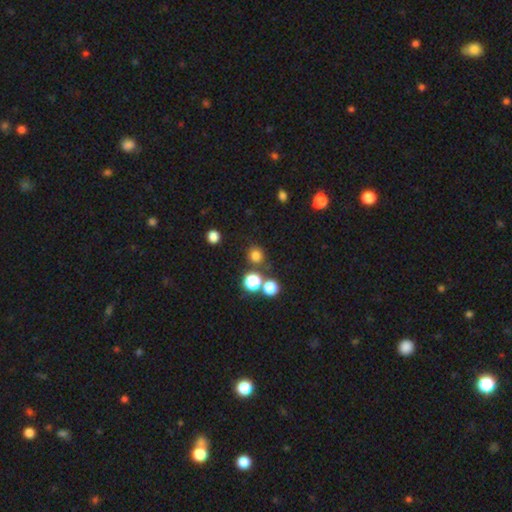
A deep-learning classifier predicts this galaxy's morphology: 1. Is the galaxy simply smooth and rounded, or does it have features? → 76% smooth, 19% star or artifact, 5% featured or disk.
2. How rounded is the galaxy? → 91% round, 8% in between, 1% cigar-shaped.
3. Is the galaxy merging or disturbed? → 80% none, 9% merger, 8% minor disturbance, 3% major disturbance.